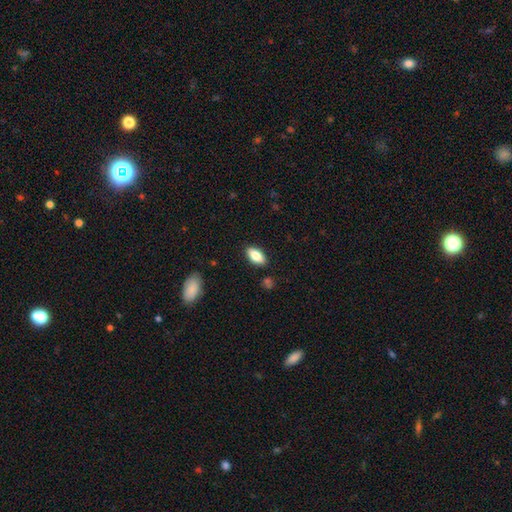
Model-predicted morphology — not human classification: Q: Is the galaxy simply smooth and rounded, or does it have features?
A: smooth — 81%.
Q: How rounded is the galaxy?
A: in between — 89%.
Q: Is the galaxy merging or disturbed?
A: none — 87%.